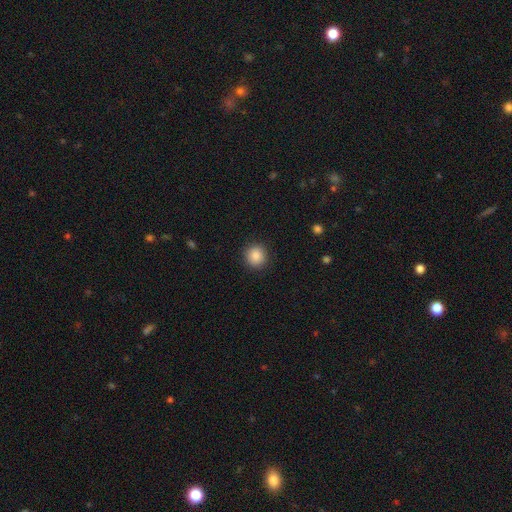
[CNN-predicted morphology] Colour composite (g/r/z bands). It shows a smooth galaxy with no disk features (87%) that is round (91%). Merging: none (91%).